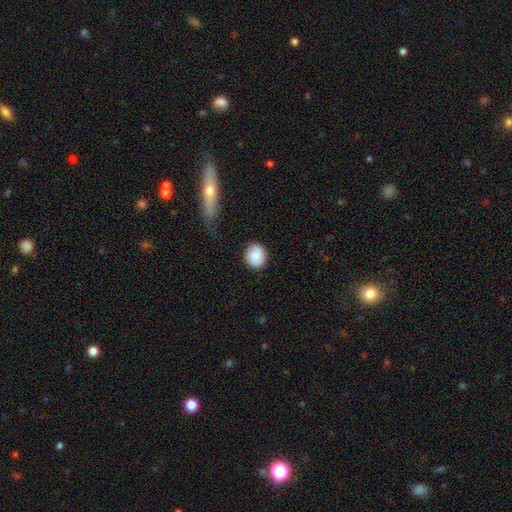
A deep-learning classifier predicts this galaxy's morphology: Q: Smooth or featured?
A: smooth (79%); runner-up: featured or disk (14%)
Q: How rounded?
A: round (78%); runner-up: in between (21%)
Q: Merging?
A: none (81%); runner-up: minor disturbance (13%)